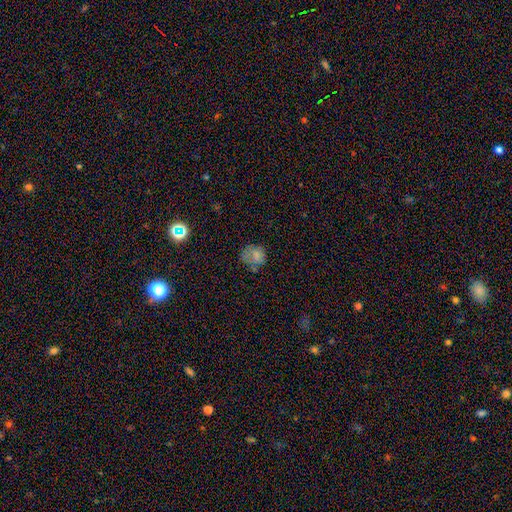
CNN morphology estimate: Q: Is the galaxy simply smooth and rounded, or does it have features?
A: smooth — 72%.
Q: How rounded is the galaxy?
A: round — 71%.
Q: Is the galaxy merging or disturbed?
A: none — 50%.